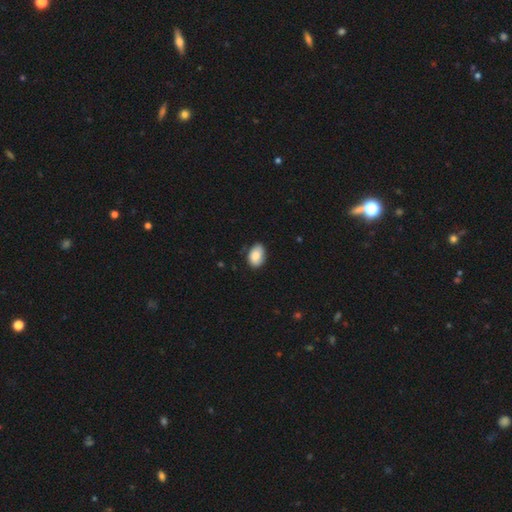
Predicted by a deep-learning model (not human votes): Morphology: type=smooth (86%); roundness=in between (87%); merging=none (75%).